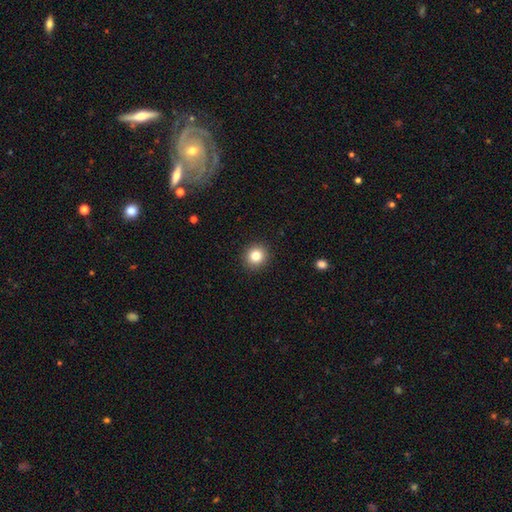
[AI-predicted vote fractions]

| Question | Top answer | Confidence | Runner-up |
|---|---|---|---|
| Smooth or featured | smooth | 82% | star or artifact (11%) |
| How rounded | round | 91% | in between (9%) |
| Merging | none | 92% | minor disturbance (6%) |